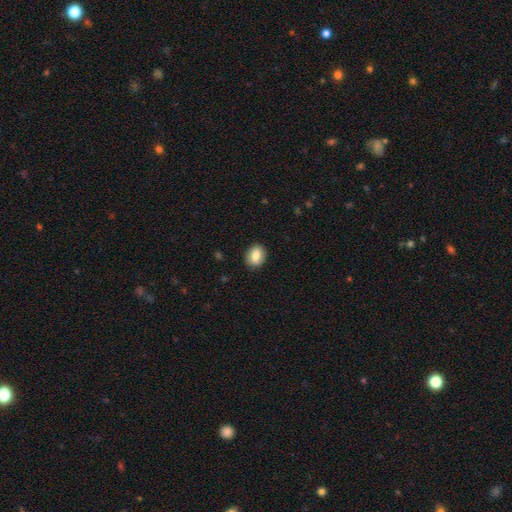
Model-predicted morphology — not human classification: This appears to be a smooth galaxy with no disk features (82%) that is in between round and cigar-shaped (55%). Merging: none (89%).